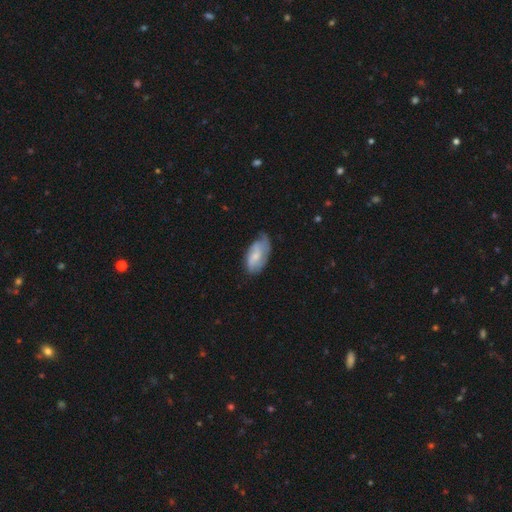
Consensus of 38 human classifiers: Overall: featured or disk (58%; smooth 42%). Edge-on disk: no (95%). Bar: no (57%; weak 33%). Spiral arms: yes (90%). Spiral arm count: can't tell (37%; 1 32%). Spiral winding: medium (47%; tight 42%). Bulge size: moderate (67%; small 29%). Merging: none (47%; minor disturbance 34%).